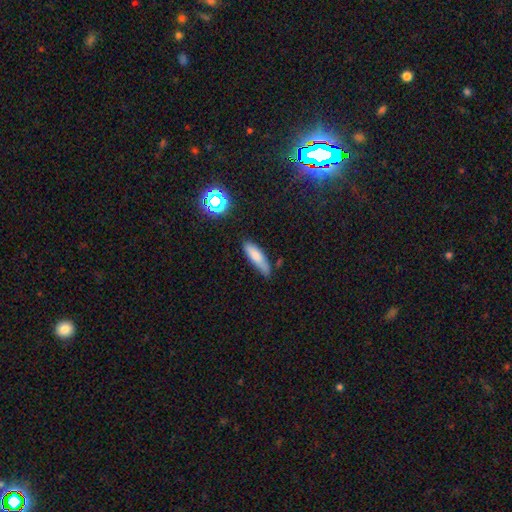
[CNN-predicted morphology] The model was most divided on "how rounded": cigar-shaped: 61%, in between: 37%, round: 2%. More confident: smooth or featured — smooth (78%); merging — none (71%).